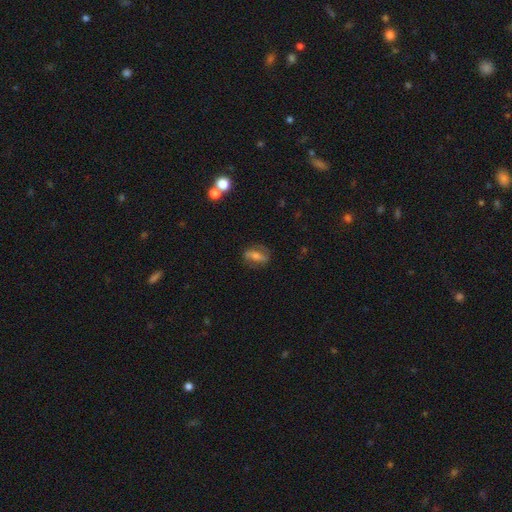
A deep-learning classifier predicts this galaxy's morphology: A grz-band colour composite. It shows a smooth galaxy with no disk features (46%). Merging: none (77%).